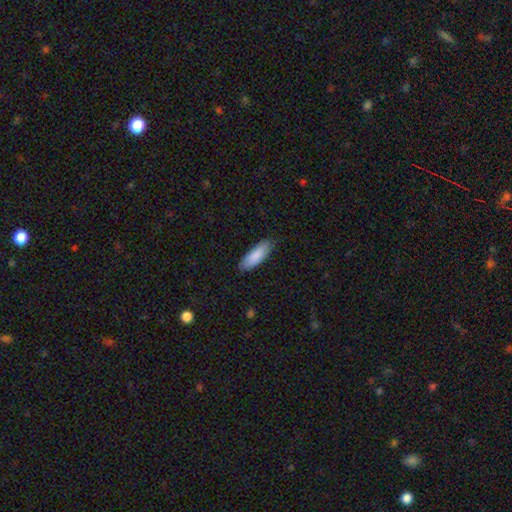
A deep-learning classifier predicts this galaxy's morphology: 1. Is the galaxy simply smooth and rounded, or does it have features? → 87% smooth, 8% featured or disk, 5% star or artifact.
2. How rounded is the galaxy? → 62% in between, 36% cigar-shaped, 1% round.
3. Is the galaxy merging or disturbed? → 83% none, 14% minor disturbance, 2% major disturbance, 1% merger.